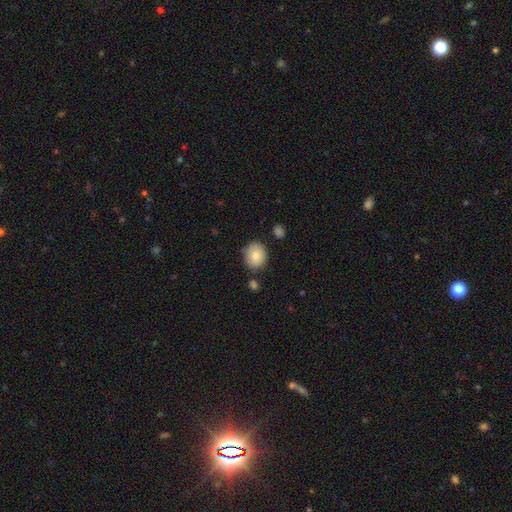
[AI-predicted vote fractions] Smooth or featured? Predicted: smooth (p=0.83). How rounded? Predicted: round (p=0.62). Merging? Predicted: none (p=0.76).